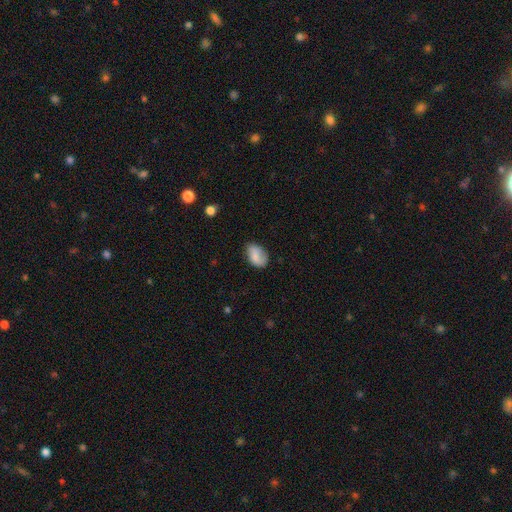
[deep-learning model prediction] Overall: smooth (77%). How rounded: in between (86%). Merging: none (65%; minor disturbance 25%).